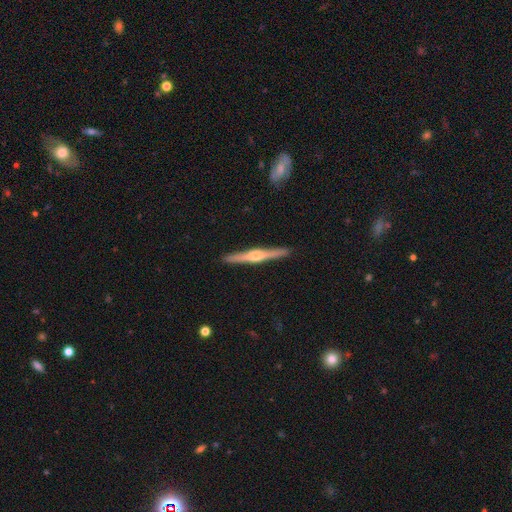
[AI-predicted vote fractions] This is likely a featured or disk galaxy (76%). It is clearly viewed edge-on (98%). Edge-on bulge: clearly rounded (89%). Merging: clearly none (92%).